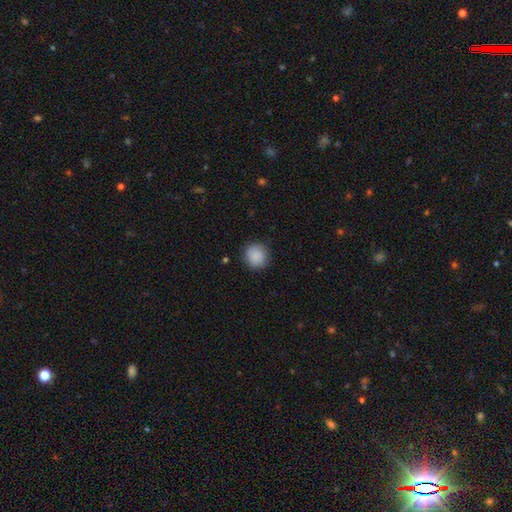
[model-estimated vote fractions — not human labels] Overall: smooth (88%). How rounded: round (91%). Merging: none (87%).